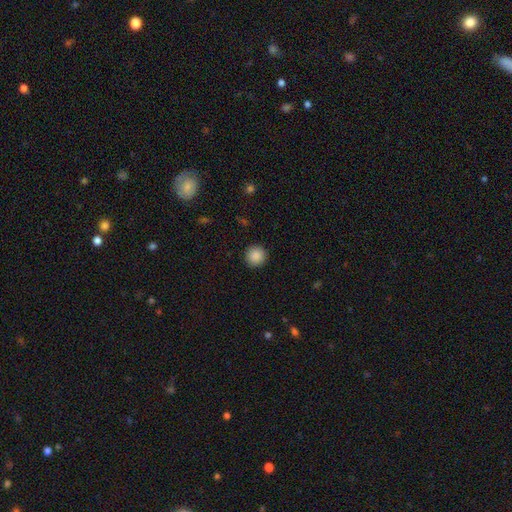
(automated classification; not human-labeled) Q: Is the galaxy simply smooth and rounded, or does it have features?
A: smooth — 88%.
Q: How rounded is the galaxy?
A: round — 95%.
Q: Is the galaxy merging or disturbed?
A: none — 92%.